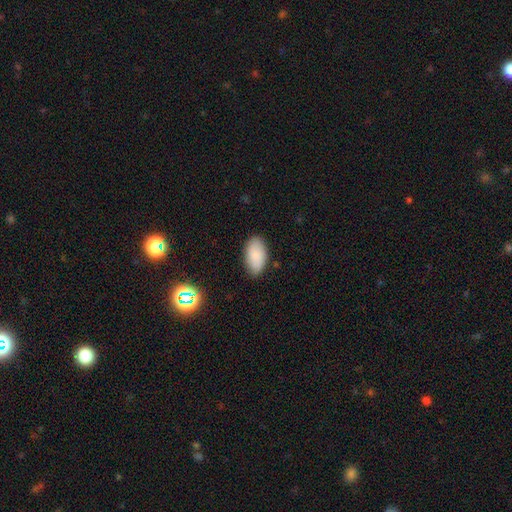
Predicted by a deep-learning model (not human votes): smooth-or-featured: smooth: 83% | featured or disk: 9% | star or artifact: 7%
  how-rounded: in between: 94% | round: 4% | cigar-shaped: 2%
  merging: none: 82% | minor disturbance: 14% | major disturbance: 3% | merger: 1%